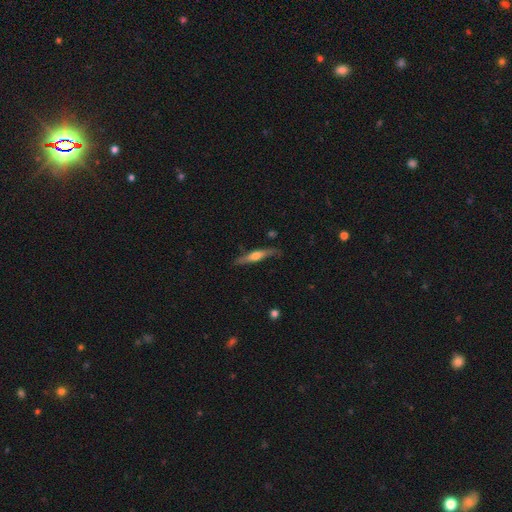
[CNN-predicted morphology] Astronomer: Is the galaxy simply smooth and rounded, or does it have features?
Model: featured or disk — 62%.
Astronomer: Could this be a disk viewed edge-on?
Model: yes — 93%.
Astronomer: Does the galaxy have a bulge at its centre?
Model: rounded — 87%.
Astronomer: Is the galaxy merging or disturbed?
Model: none — 79%.